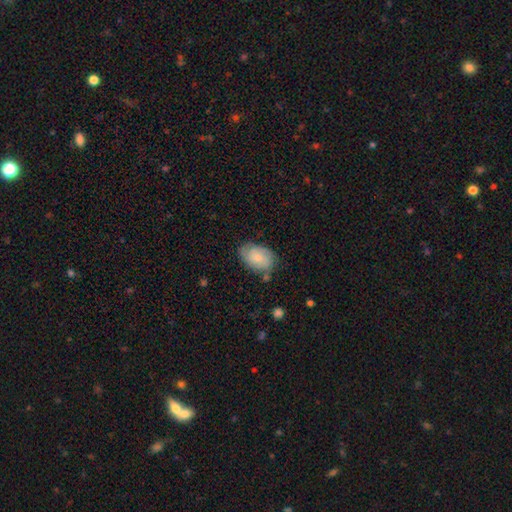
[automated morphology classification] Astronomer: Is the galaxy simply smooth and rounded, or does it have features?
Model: smooth — 57% (runner-up: featured or disk, 35%).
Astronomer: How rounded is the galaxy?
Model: in between — 87%.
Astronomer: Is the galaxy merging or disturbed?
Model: none — 70%.